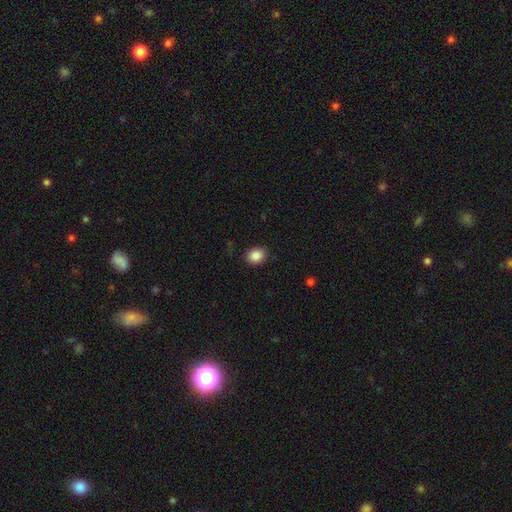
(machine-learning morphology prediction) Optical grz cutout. It shows a smooth galaxy with no disk features (88%) that is round (50%). Merging: none (86%).